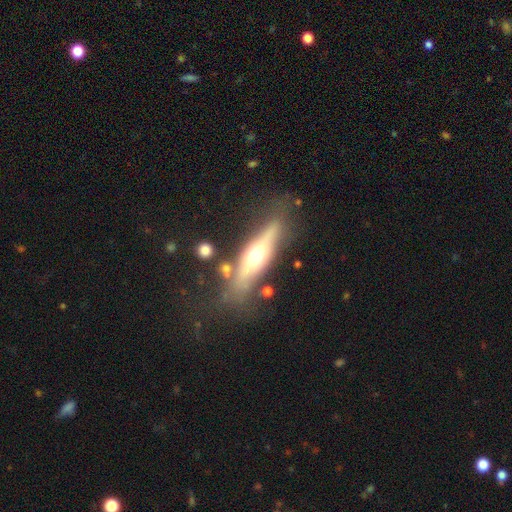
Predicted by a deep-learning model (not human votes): smooth_or_featured: featured or disk (p=0.56) [alt: smooth p=0.37]
disk_edge_on: yes (p=0.82) [alt: no p=0.18]
merging: none (p=0.71) [alt: minor disturbance p=0.17]